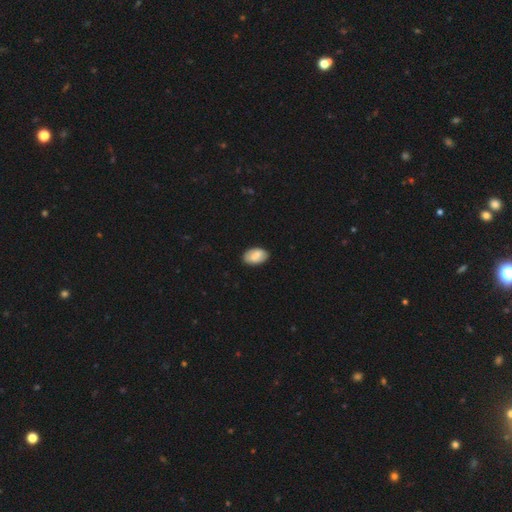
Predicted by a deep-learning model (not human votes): Morphology: type=smooth (76%); roundness=in between (92%); merging=none (84%).